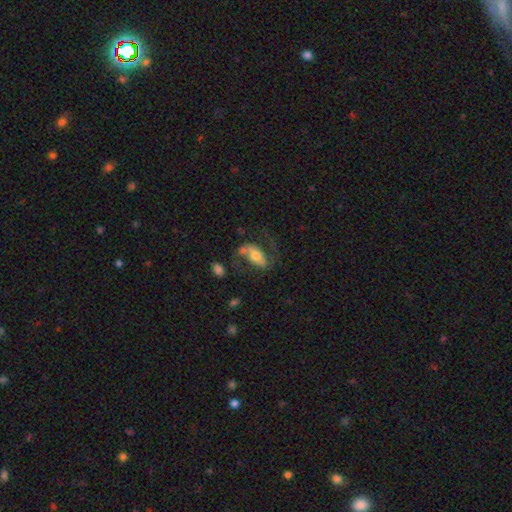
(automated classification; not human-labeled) smooth_or_featured: featured or disk (p=0.57) [alt: smooth p=0.36]
disk_edge_on: no (p=0.89) [alt: yes p=0.11]
bar: strong (p=0.35) [tied with: no p=0.35]
has_spiral_arms: yes (p=0.75) [alt: no p=0.25]
bulge_size: moderate (p=0.63) [alt: small p=0.19]
merging: none (p=0.48) [alt: major disturbance p=0.23]